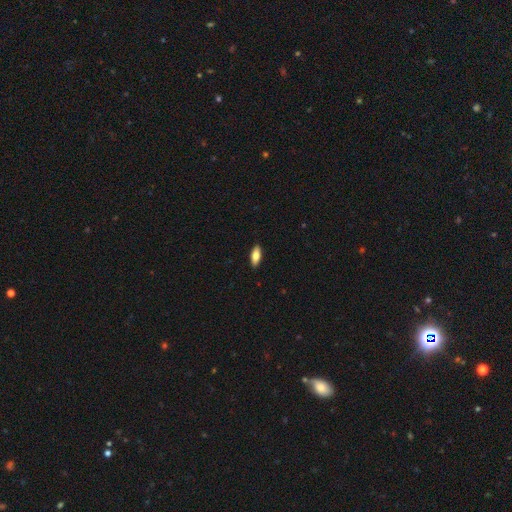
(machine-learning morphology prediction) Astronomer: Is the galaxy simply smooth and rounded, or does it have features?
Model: smooth — 78%.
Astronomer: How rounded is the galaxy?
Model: in between — 78%.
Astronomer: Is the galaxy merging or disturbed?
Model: none — 90%.